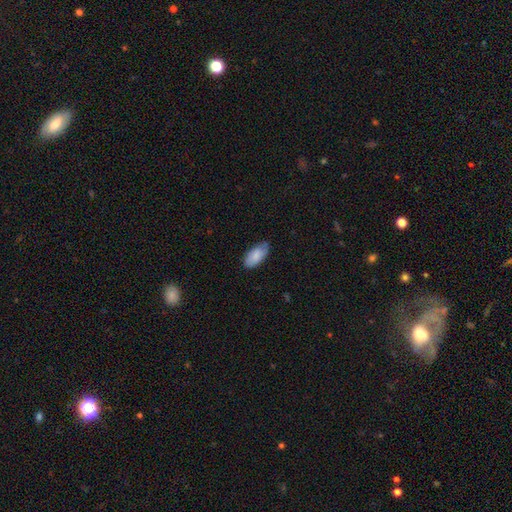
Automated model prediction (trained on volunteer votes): smooth_or_featured: smooth (p=0.84) [alt: featured or disk p=0.10]
how_rounded: in between (p=0.92) [alt: cigar-shaped p=0.06]
merging: none (p=0.72) [alt: minor disturbance p=0.23]